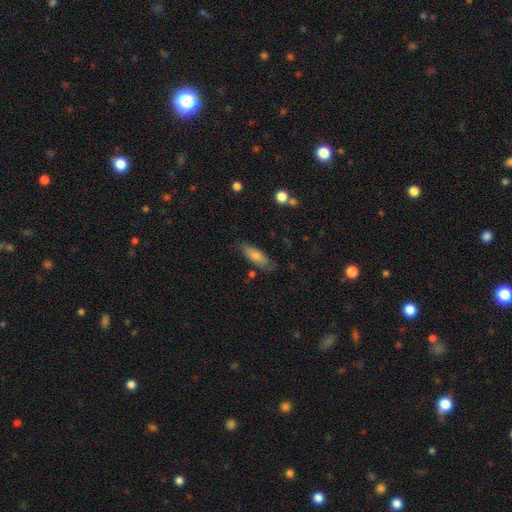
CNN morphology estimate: type=smooth (75%); roundness=in between (63%); merging=none (73%).